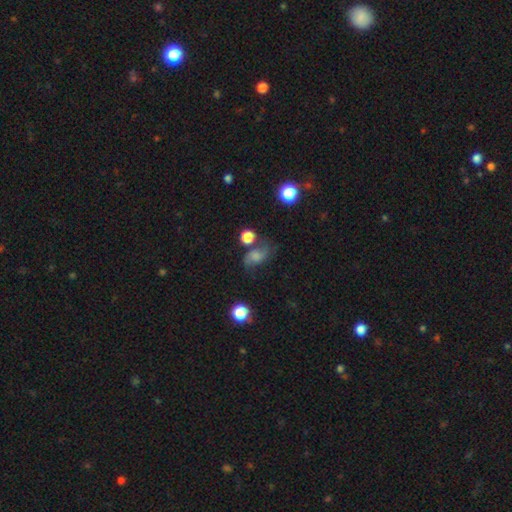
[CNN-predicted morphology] A featured or disk galaxy (45%).

Vote fractions:
- Smooth or featured? featured or disk: 45% / smooth: 40% / star or artifact: 15%
- Merging? none: 51% / minor disturbance: 24% / major disturbance: 15% / merger: 10%